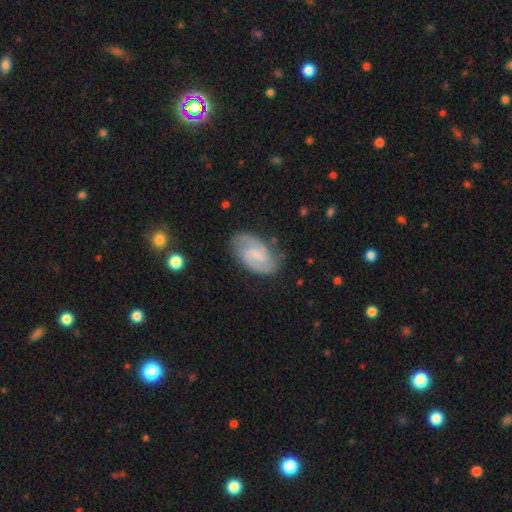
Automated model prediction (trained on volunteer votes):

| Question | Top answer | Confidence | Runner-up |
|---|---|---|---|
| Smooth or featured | featured or disk | 84% | smooth (11%) |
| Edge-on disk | no | 97% | yes (3%) |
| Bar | weak | 58% | no (23%) |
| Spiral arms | yes | 96% | no (4%) |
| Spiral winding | medium | 52% | tight (33%) |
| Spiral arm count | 2 | 90% | can't tell (5%) |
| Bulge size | small | 55% | none (24%) |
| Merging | none | 80% | minor disturbance (15%) |